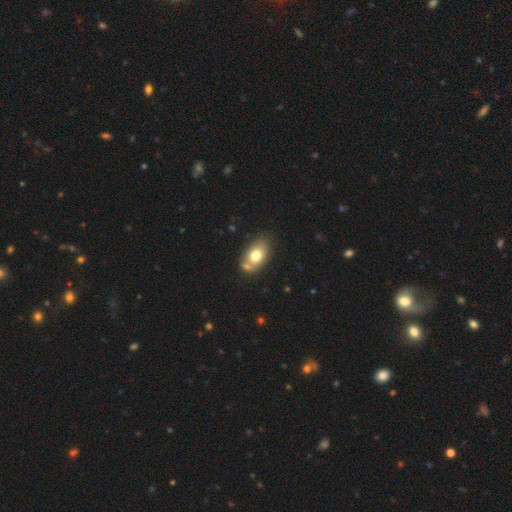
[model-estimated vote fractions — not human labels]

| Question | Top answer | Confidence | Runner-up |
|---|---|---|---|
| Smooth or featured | smooth | 71% | featured or disk (21%) |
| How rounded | in between | 84% | round (14%) |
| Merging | none | 54% | merger (25%) |